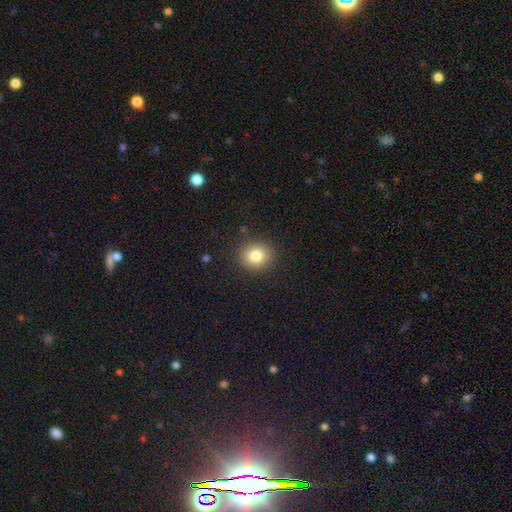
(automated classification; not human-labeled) This appears to be a smooth galaxy with no disk features (81%) that is round (77%). Merging: none (89%).